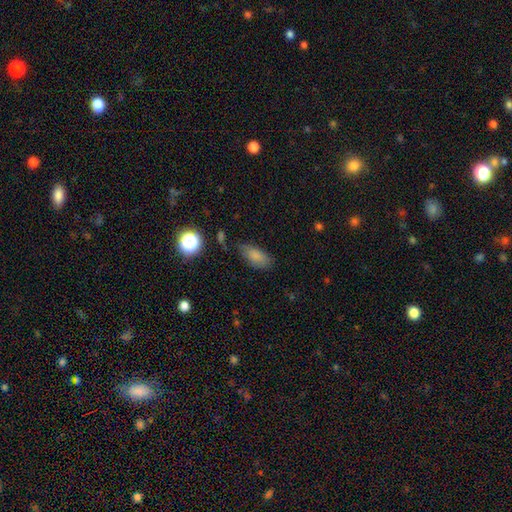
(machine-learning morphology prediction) Overall: smooth (81%). How rounded: in between (86%). Merging: none (69%).